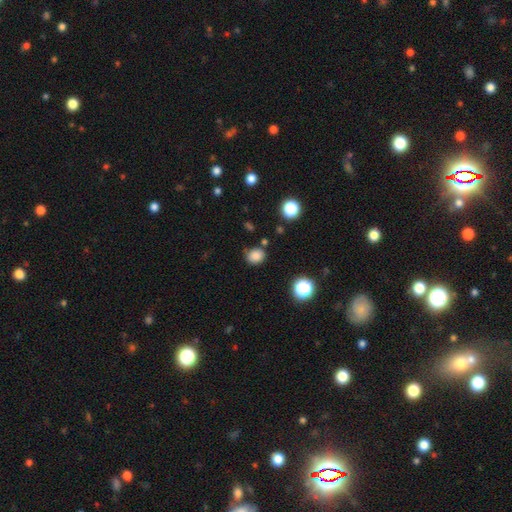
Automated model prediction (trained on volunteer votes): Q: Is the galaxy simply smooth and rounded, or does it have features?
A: smooth — 83%.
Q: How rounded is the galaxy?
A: round — 71%.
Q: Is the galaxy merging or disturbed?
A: none — 78%.